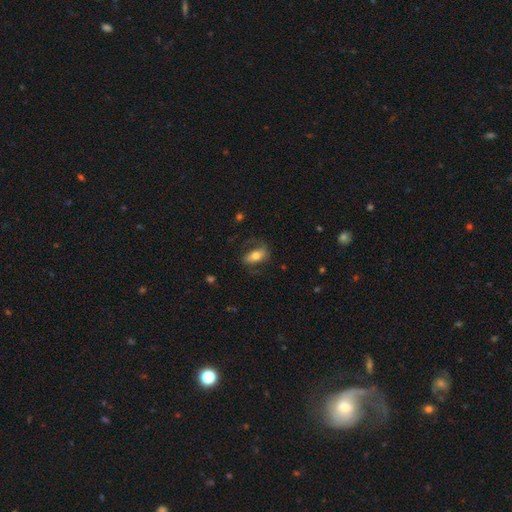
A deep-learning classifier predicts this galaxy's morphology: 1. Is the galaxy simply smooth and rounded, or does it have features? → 52% smooth, 40% featured or disk, 8% star or artifact.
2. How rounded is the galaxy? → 85% in between, 8% cigar-shaped, 7% round.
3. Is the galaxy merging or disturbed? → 58% none, 21% minor disturbance, 19% major disturbance, 2% merger.